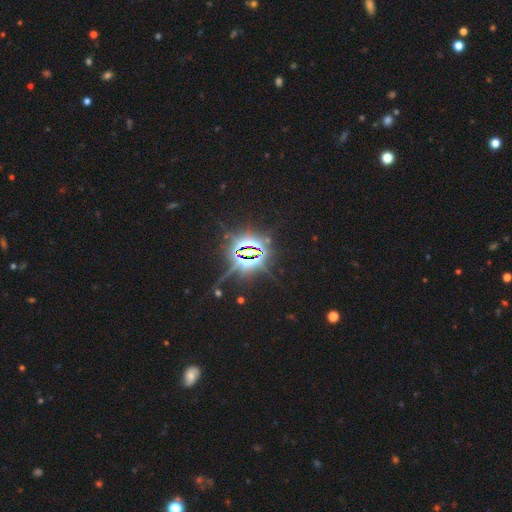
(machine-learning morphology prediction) Smooth or featured: star or artifact — 87% (smooth — 7%)